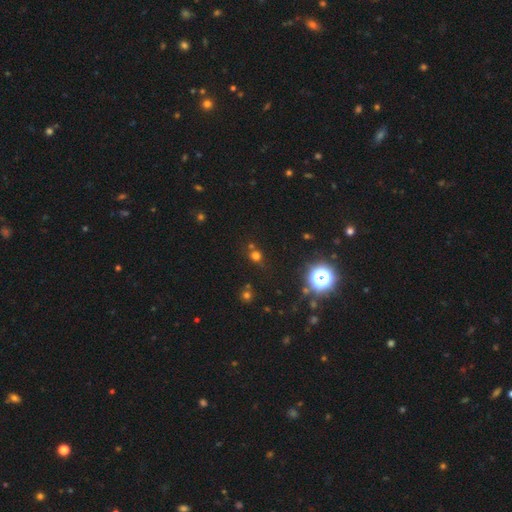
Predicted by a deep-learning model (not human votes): The model was most divided on "smooth or featured": smooth: 55%, star or artifact: 38%, featured or disk: 7%. More confident: how rounded — round (85%); merging — none (72%).